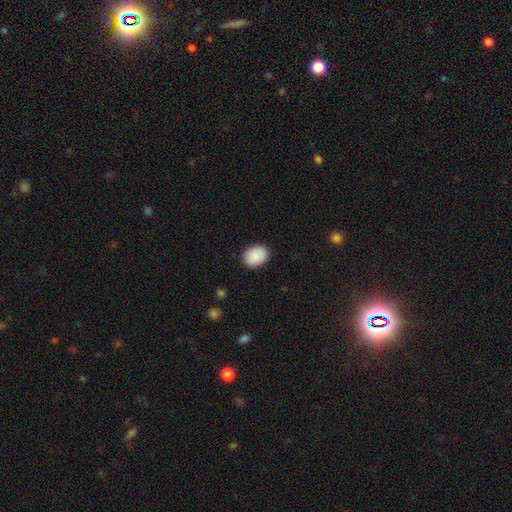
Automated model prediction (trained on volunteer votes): This is clearly a smooth galaxy (90%). How rounded: likely in between (63%). Merging: clearly none (89%).